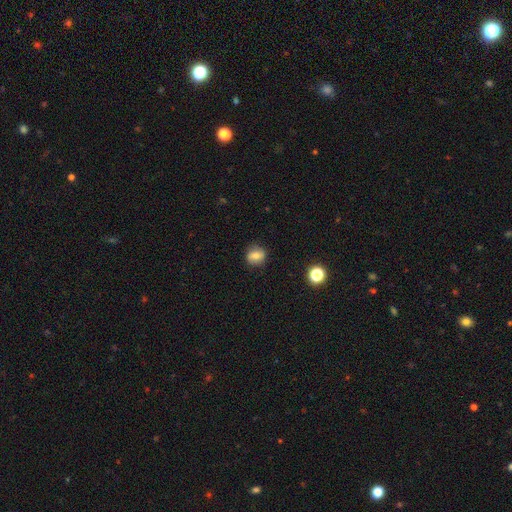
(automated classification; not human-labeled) The model was most divided on "how rounded": round: 69%, in between: 30%, cigar-shaped: 2%. More confident: merging — none (84%); smooth or featured — smooth (71%).